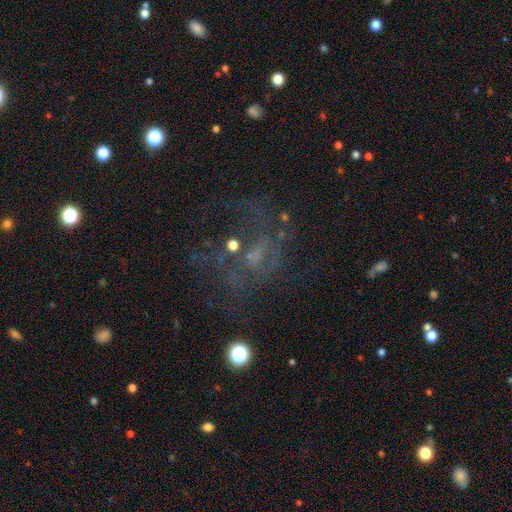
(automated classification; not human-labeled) A featured or disk galaxy (59%) with no bar (61%), spiral arms (60%) and no central bulge (40%). Merging: none (47%).